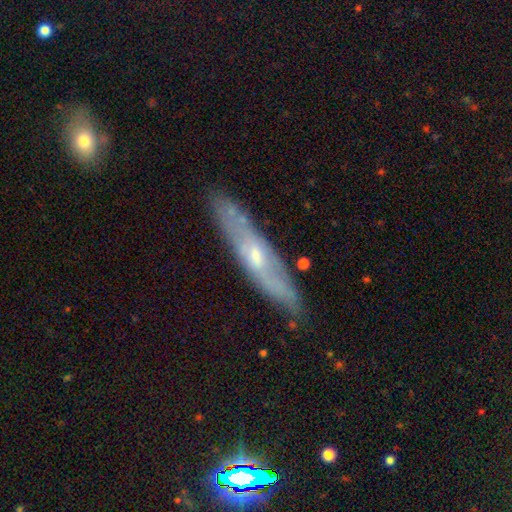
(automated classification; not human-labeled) This is likely a featured or disk galaxy (65%). It is possibly viewed edge-on (59%). Merging: likely none (78%).